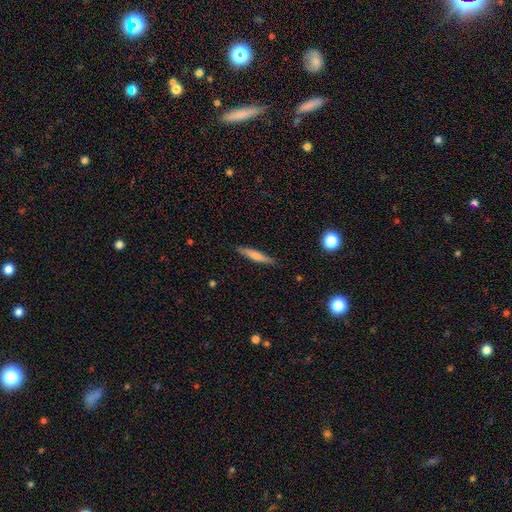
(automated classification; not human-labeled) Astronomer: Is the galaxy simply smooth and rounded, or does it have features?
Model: smooth — 64%.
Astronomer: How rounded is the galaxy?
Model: cigar-shaped — 92%.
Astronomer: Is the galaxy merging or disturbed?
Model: none — 88%.